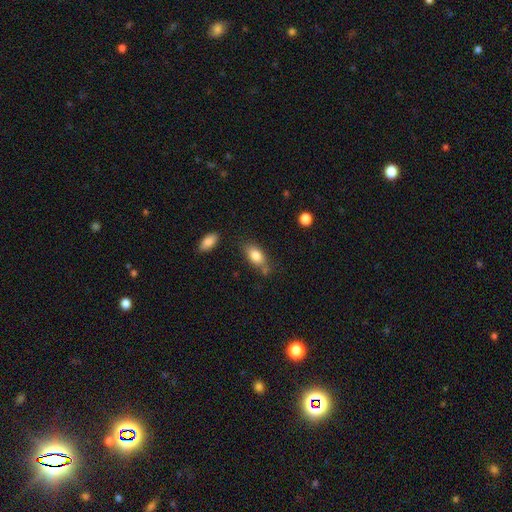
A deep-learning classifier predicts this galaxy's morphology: Smooth or featured? smooth (82%)
How rounded? in between (88%)
Merging? none (66%)